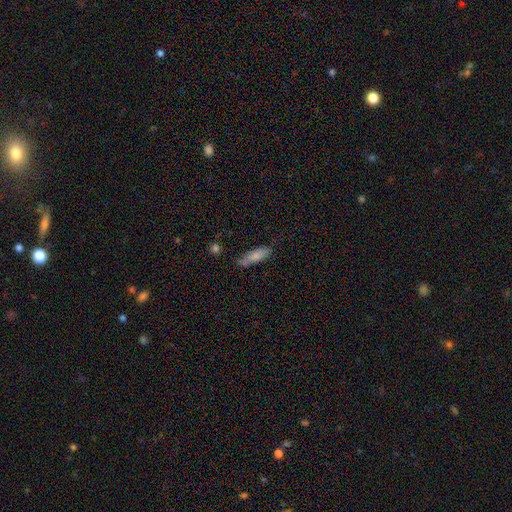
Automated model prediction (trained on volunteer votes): A smooth galaxy with no disk features (79%) that is in between round and cigar-shaped (49%, tied with cigar-shaped). Merging: none (66%).